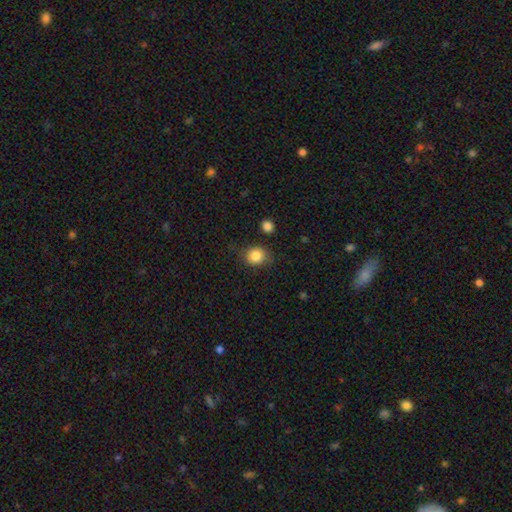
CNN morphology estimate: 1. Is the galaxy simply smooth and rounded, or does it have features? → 85% smooth, 10% star or artifact, 5% featured or disk.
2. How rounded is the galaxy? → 75% round, 24% in between, 1% cigar-shaped.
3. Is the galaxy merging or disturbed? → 77% none, 15% minor disturbance, 4% major disturbance, 4% merger.